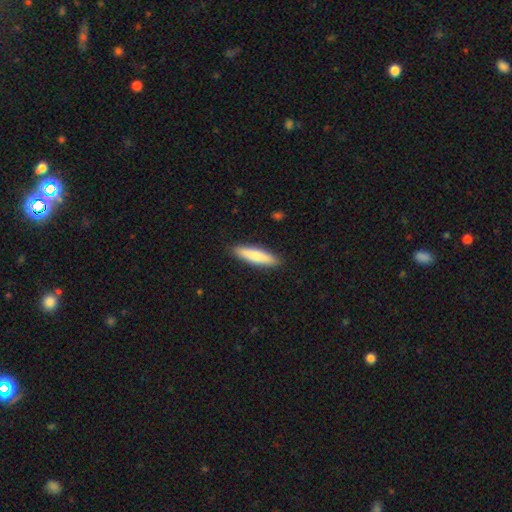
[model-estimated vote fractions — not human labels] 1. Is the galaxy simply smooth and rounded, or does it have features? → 75% smooth, 19% featured or disk, 5% star or artifact.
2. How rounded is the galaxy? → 79% cigar-shaped, 20% in between, 1% round.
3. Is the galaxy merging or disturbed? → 90% none, 8% minor disturbance, 2% major disturbance, 1% merger.